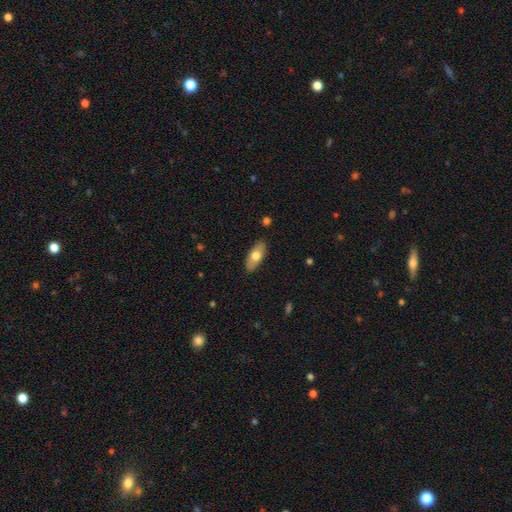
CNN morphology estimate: A smooth galaxy with no disk features (70%) that is in between round and cigar-shaped (84%). Merging: none (88%).